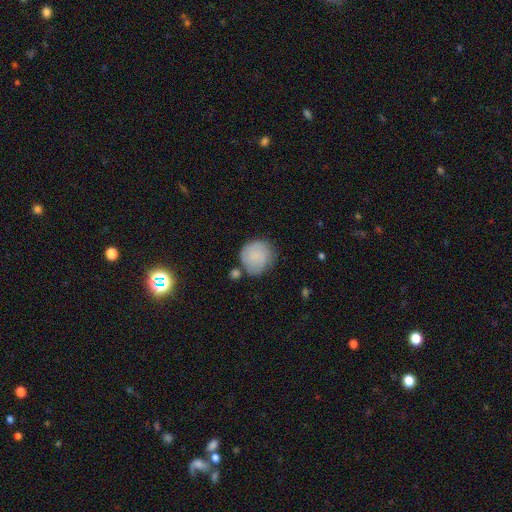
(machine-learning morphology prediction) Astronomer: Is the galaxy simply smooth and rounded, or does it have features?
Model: smooth — 73%.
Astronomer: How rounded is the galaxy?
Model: round — 86%.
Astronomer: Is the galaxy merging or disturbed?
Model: none — 60%.